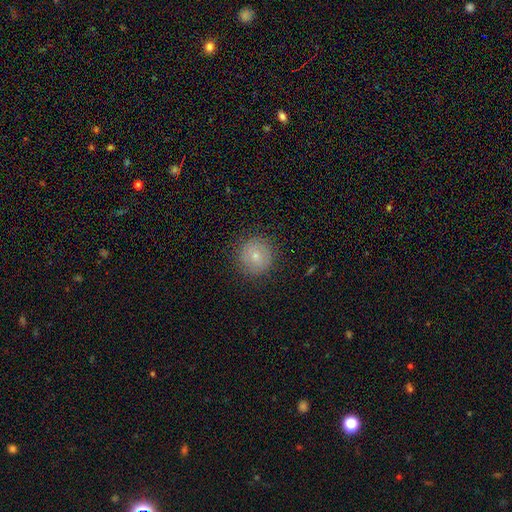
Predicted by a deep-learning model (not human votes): Smooth or featured? smooth (61%)
How rounded? round (93%)
Merging? none (86%)